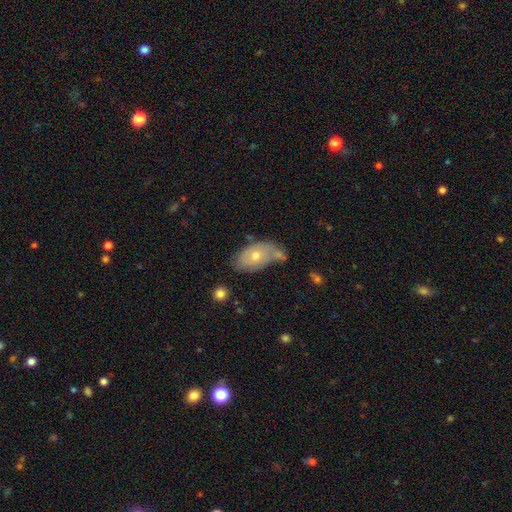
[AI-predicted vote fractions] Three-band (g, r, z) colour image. It shows a smooth galaxy with no disk features (60%) that is in between round and cigar-shaped (88%). Merging: none (49%).